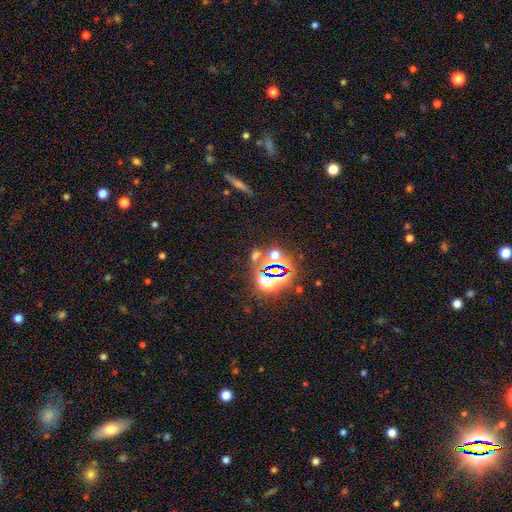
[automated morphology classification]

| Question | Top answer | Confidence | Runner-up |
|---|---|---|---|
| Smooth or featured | star or artifact | 57% | smooth (33%) |